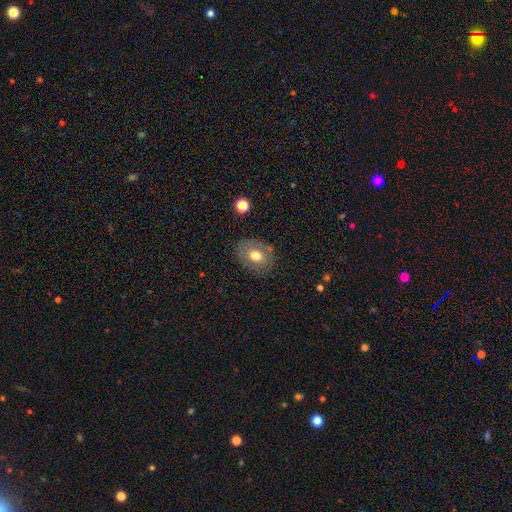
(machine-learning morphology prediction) This is likely a smooth galaxy (67%). How rounded: likely in between (60%). Merging: likely none (79%).